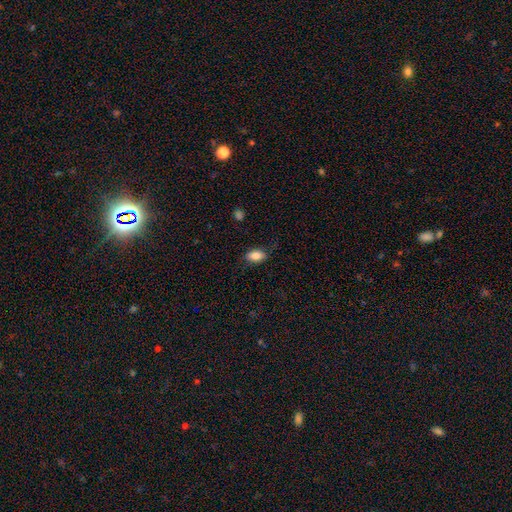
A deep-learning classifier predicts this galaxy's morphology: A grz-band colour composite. It shows a smooth galaxy with no disk features (85%) that is in between round and cigar-shaped (89%). Merging: none (78%).